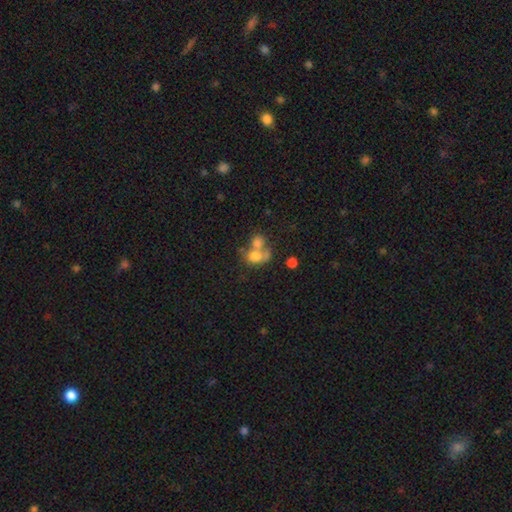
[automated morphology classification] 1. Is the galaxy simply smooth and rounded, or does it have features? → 69% smooth, 19% featured or disk, 12% star or artifact.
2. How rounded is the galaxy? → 57% round, 41% in between, 1% cigar-shaped.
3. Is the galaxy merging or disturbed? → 60% merger, 24% none, 8% minor disturbance, 8% major disturbance.